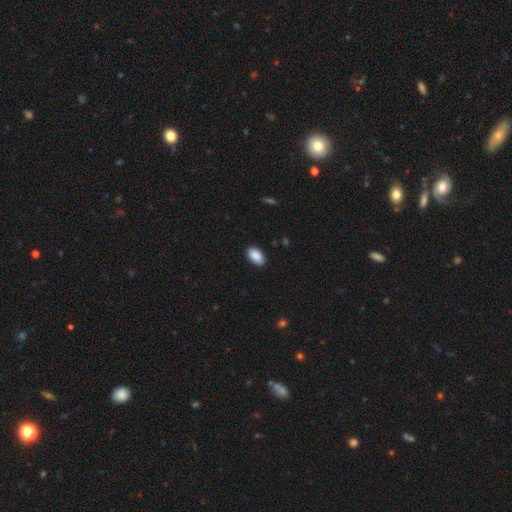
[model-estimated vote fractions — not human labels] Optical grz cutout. It shows a smooth galaxy with no disk features (90%) that is in between round and cigar-shaped (94%). Merging: none (88%).